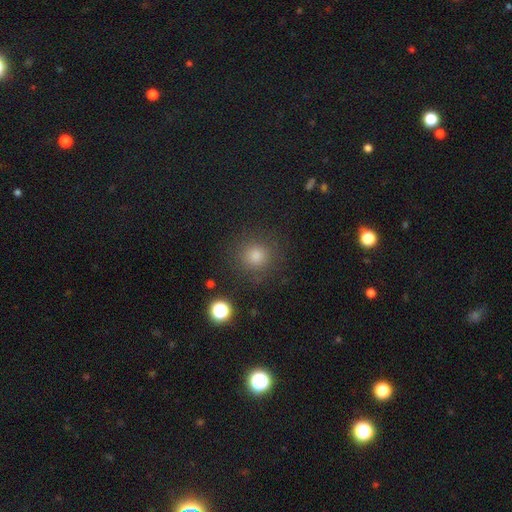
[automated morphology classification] Q: Smooth or featured?
A: smooth (76%); runner-up: star or artifact (18%)
Q: How rounded?
A: round (92%); runner-up: in between (7%)
Q: Merging?
A: none (87%); runner-up: minor disturbance (8%)